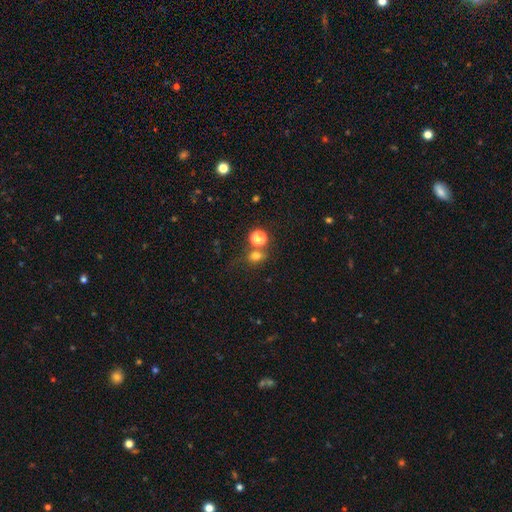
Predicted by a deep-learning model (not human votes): This is likely a smooth galaxy (72%). How rounded: likely round (61%). Merging: possibly none (58%).